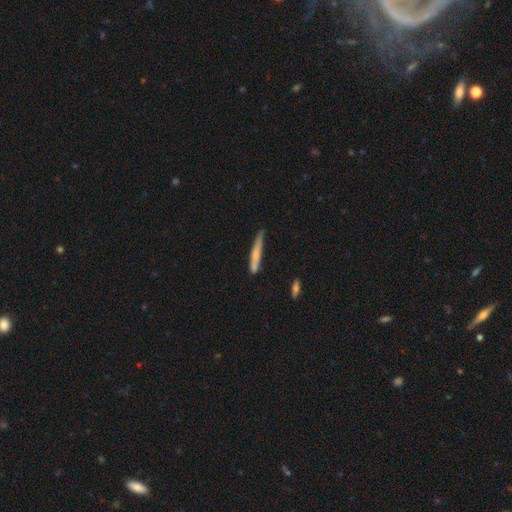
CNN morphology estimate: A smooth galaxy with no disk features (61%) that is cigar-shaped (94%).

Vote fractions:
- Smooth or featured? smooth: 61% / featured or disk: 33% / star or artifact: 6%
- How rounded? cigar-shaped: 94% / in between: 4% / round: 1%
- Merging? none: 64% / minor disturbance: 26% / merger: 5% / major disturbance: 5%